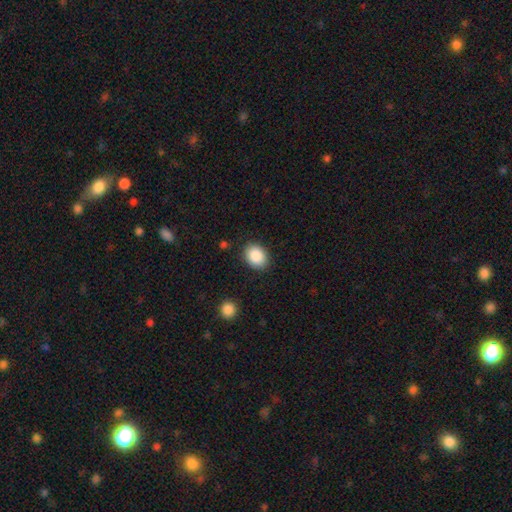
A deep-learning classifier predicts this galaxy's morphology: The model was most divided on "how rounded": in between: 57%, round: 42%, cigar-shaped: 1%. More confident: smooth or featured — smooth (89%); merging — none (87%).